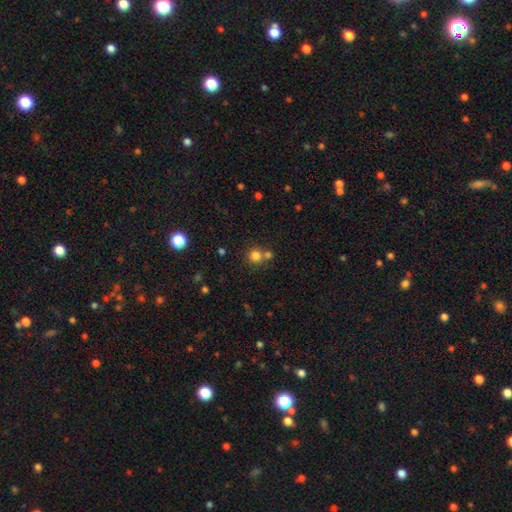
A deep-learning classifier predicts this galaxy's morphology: smooth_or_featured: smooth (p=0.79) [alt: star or artifact p=0.15]
how_rounded: round (p=0.91) [alt: in between p=0.08]
merging: none (p=0.61) [alt: merger p=0.28]